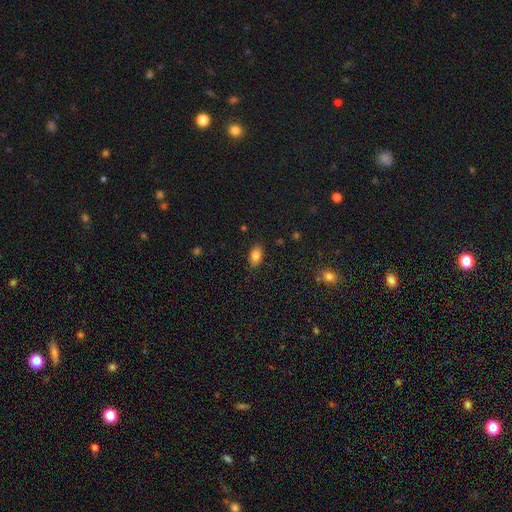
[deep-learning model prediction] Q: Smooth or featured?
A: smooth (82%); runner-up: star or artifact (10%)
Q: How rounded?
A: in between (88%); runner-up: round (9%)
Q: Merging?
A: none (84%); runner-up: minor disturbance (12%)